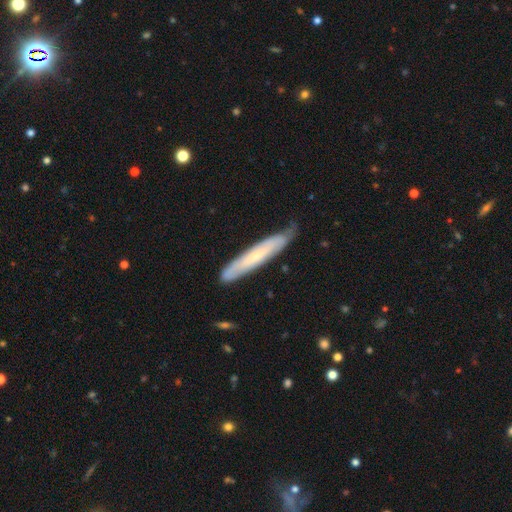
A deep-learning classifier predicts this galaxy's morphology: A smooth galaxy with no disk features (50%).

Vote fractions:
- Smooth or featured? smooth: 50% / featured or disk: 45% / star or artifact: 6%
- Merging? none: 70% / minor disturbance: 24% / major disturbance: 4% / merger: 2%